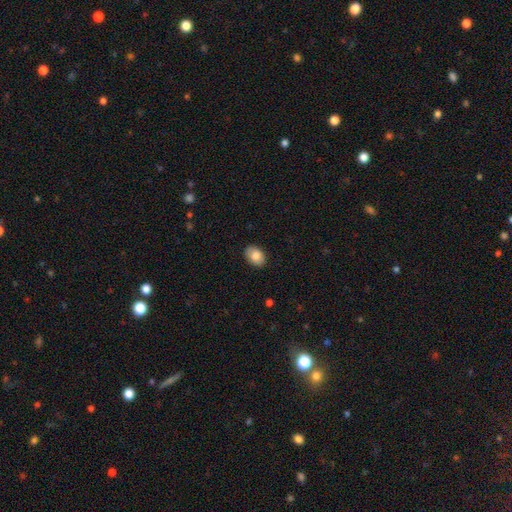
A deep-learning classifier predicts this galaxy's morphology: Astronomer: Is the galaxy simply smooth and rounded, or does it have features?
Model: smooth — 85%.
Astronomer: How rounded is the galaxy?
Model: in between — 84%.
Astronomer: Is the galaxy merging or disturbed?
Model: none — 86%.